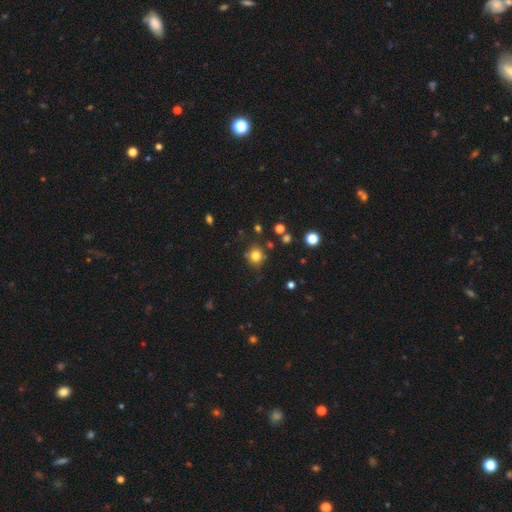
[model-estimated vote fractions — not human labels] Morphology: type=smooth (79%); roundness=round (86%); merging=none (78%).